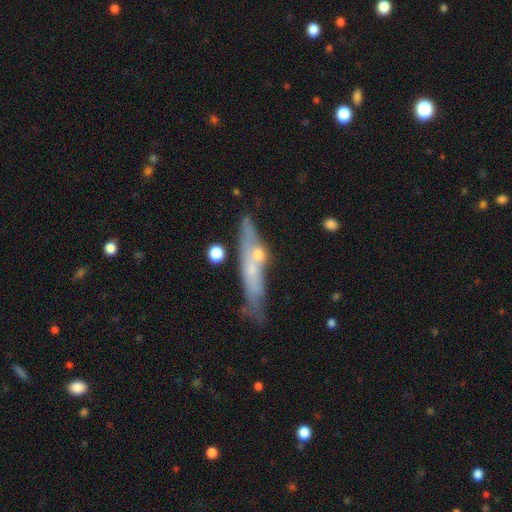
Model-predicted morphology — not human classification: type=featured or disk (49%); merging=none (57%).